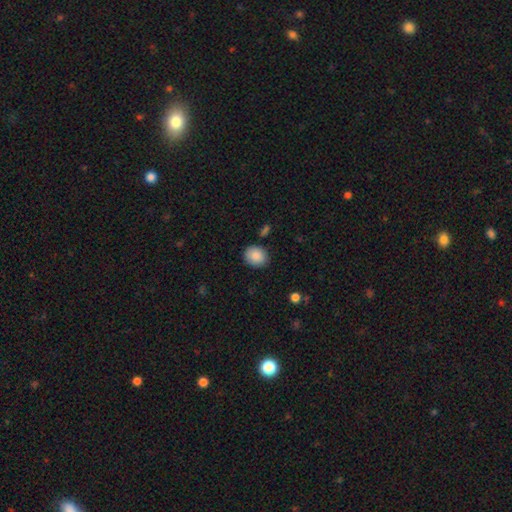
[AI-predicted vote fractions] smooth 88%, star or artifact 8%, featured or disk 5%. Down the decision tree: how rounded — round (63%); merging — none (84%).